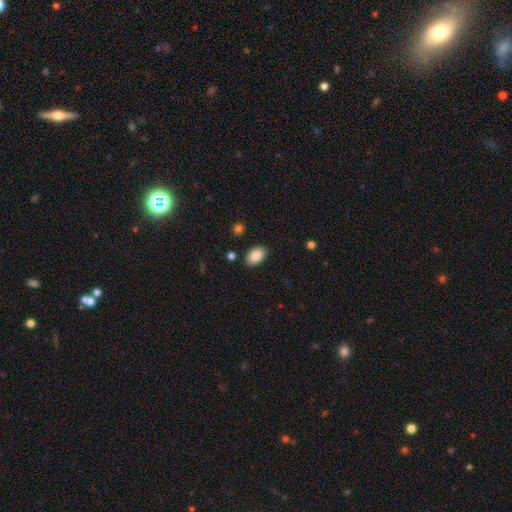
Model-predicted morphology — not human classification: smooth-or-featured: smooth: 88% | star or artifact: 7% | featured or disk: 5%
  how-rounded: in between: 90% | round: 8% | cigar-shaped: 1%
  merging: none: 88% | minor disturbance: 8% | major disturbance: 2% | merger: 2%